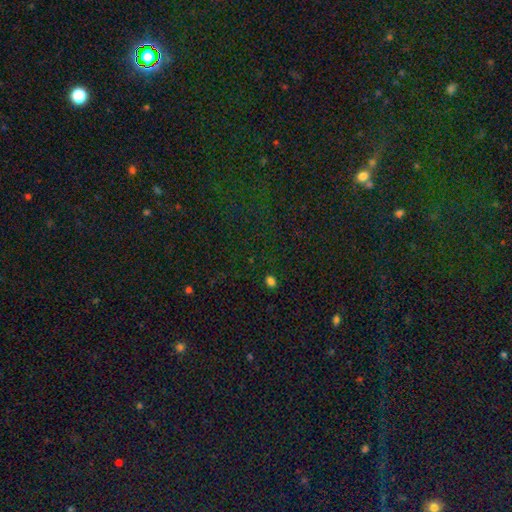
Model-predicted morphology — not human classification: A star or artifact, not a galaxy (76%).

Vote fractions:
- Smooth or featured? star or artifact: 76% / smooth: 16% / featured or disk: 8%